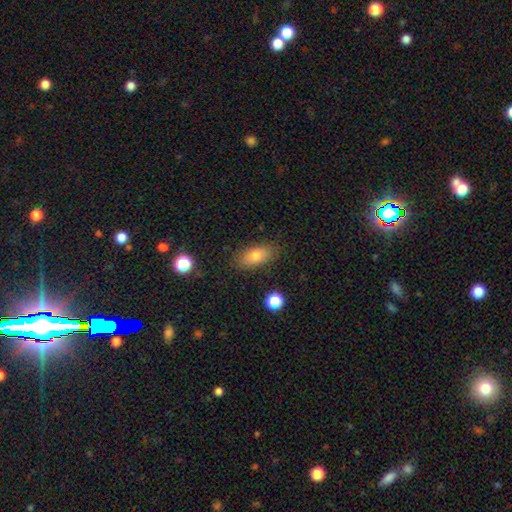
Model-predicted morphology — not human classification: type=smooth (78%); roundness=in between (86%); merging=none (84%).